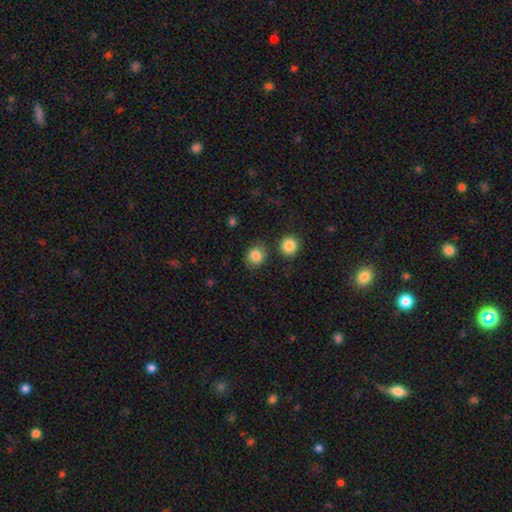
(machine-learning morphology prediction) smooth_or_featured: smooth (p=0.85) [alt: star or artifact p=0.09]
how_rounded: round (p=0.68) [alt: in between p=0.31]
merging: none (p=0.77) [alt: minor disturbance p=0.13]